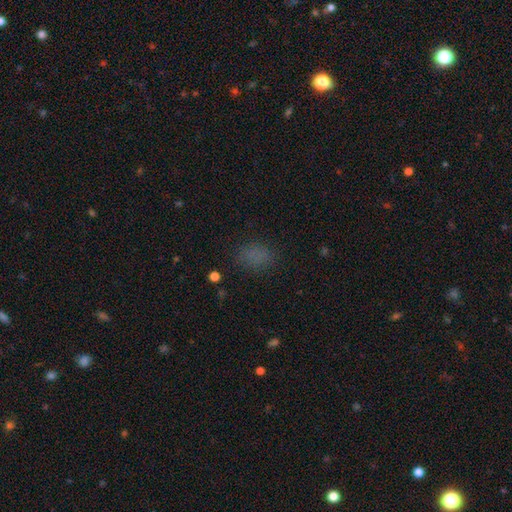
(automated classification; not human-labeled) smooth-or-featured: smooth: 74% | star or artifact: 19% | featured or disk: 7%
  how-rounded: in between: 74% | round: 24% | cigar-shaped: 2%
  merging: none: 77% | minor disturbance: 15% | major disturbance: 7% | merger: 2%